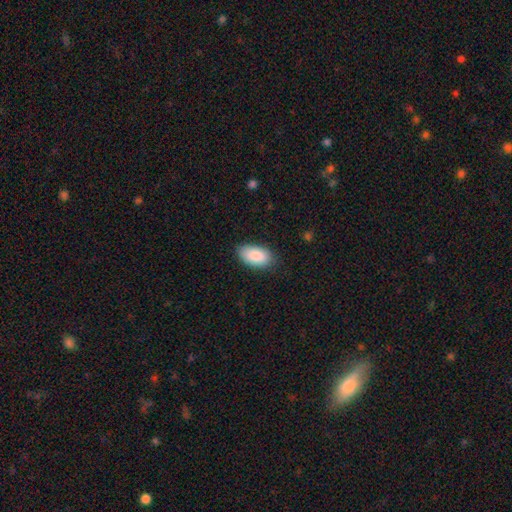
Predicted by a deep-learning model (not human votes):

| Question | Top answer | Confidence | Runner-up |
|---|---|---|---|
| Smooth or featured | smooth | 87% | featured or disk (6%) |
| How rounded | in between | 95% | round (3%) |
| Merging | none | 81% | minor disturbance (15%) |